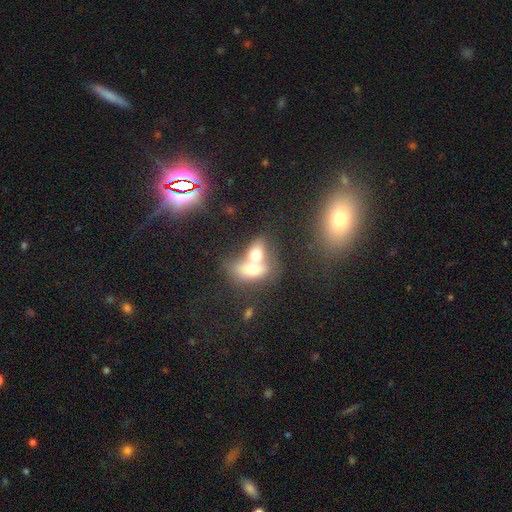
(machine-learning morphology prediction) Smooth or featured? Predicted: smooth (p=0.66). How rounded? Predicted: in between (p=0.77). Merging? Predicted: merger (p=0.75).